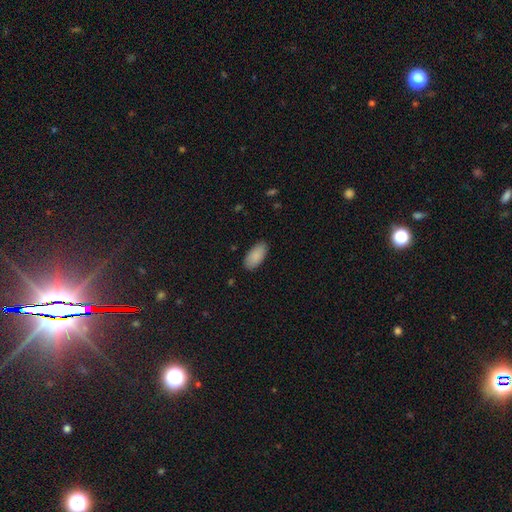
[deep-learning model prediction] A smooth galaxy with no disk features (89%) that is in between round and cigar-shaped (93%).

Vote fractions:
- Smooth or featured? smooth: 89% / star or artifact: 6% / featured or disk: 5%
- How rounded? in between: 93% / cigar-shaped: 5% / round: 2%
- Merging? none: 86% / minor disturbance: 11% / major disturbance: 2% / merger: 1%